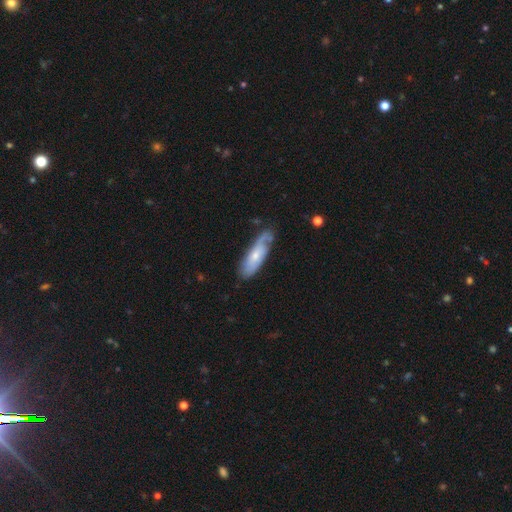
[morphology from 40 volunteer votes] Smooth or featured?
  - featured or disk: 62% *
  - smooth: 38%
  - star or artifact: 0%
Edge-on disk?
  - no: 84% *
  - yes: 16%
Bar?
  - no: 95% *
  - weak: 5%
  - strong: 0%
Spiral arms?
  - yes: 76% *
  - no: 24%
Spiral winding?
  - medium: 44% *
  - tight: 31%
  - loose: 25%
Spiral arm count?
  - 1: 50% *
  - can't tell: 31%
  - 2: 19%
  - 3: 0%
  - 4: 0%
  - more than 4: 0%
Bulge size?
  - small: 52% *
  - moderate: 48%
  - dominant: 0%
  - large: 0%
  - none: 0%
Merging?
  - minor disturbance: 38% *
  - none: 32%
  - major disturbance: 28%
  - merger: 2%